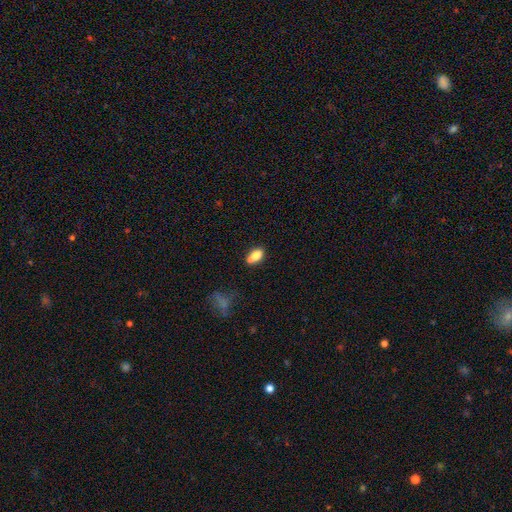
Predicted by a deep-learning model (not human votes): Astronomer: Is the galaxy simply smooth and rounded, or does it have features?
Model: smooth — 76%.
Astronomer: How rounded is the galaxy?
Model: in between — 82%.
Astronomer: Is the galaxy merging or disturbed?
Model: none — 46% (runner-up: merger, 32%).